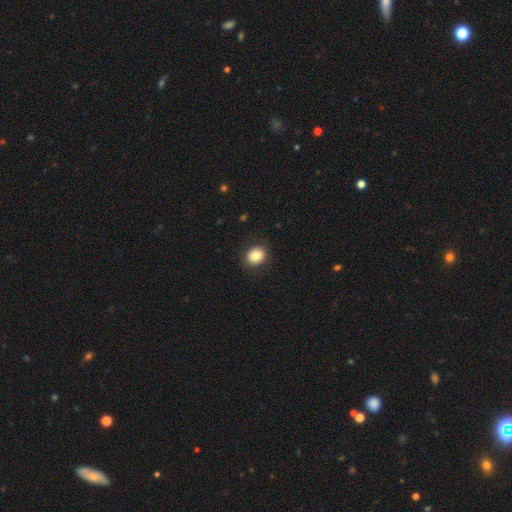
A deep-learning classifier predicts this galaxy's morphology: This appears to be a smooth galaxy with no disk features (83%) that is round (77%). Merging: none (89%).